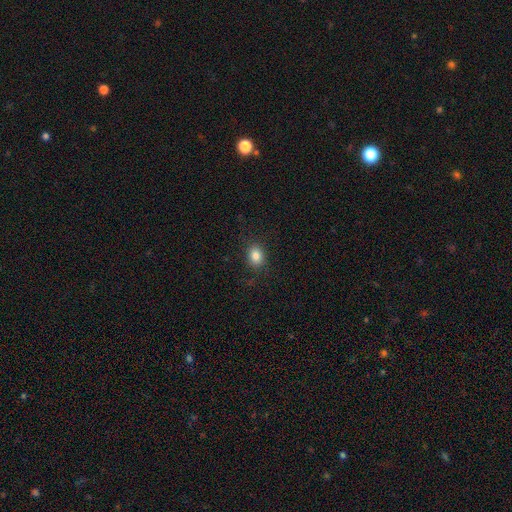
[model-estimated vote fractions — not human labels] Morphology: type=smooth (84%); roundness=in between (58%); merging=none (86%).